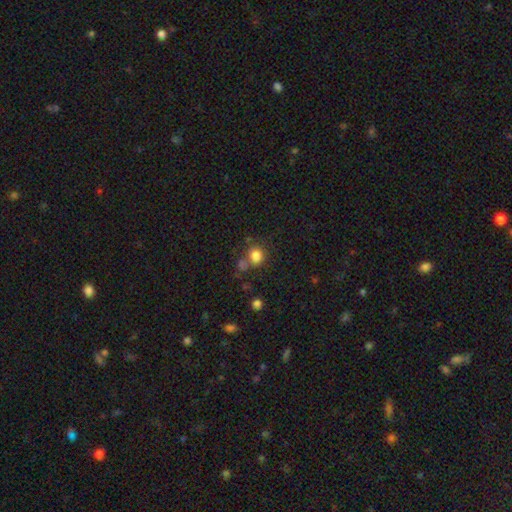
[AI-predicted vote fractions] Smooth or featured? Predicted: smooth (p=0.81). How rounded? Predicted: round (p=0.78). Merging? Predicted: none (p=0.63).